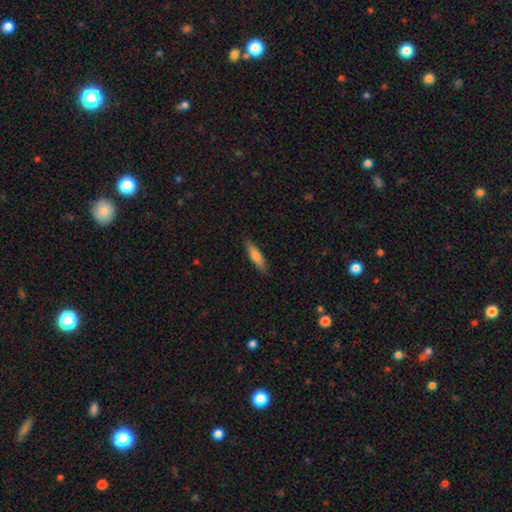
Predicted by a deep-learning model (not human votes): Morphology: type=smooth (75%); roundness=cigar-shaped (77%); merging=none (88%).